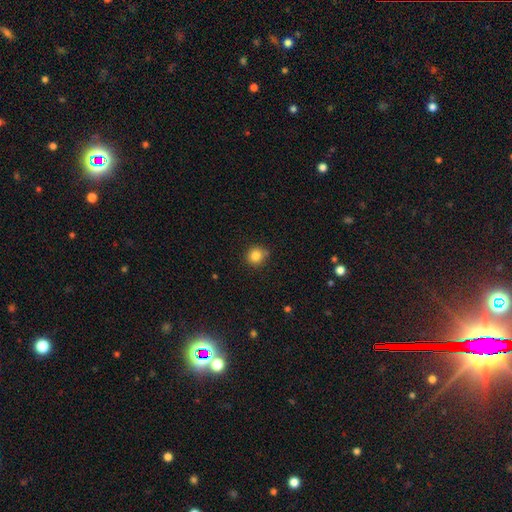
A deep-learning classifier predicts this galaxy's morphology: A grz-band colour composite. It shows a smooth galaxy with no disk features (84%) that is round (90%). Merging: none (82%).